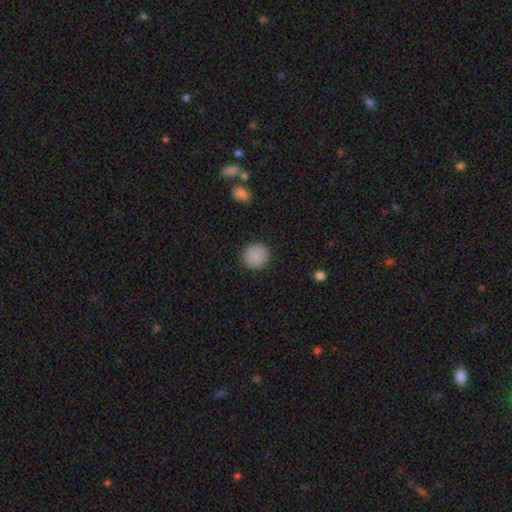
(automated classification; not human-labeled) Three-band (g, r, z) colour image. It shows a smooth galaxy with no disk features (88%) that is round (90%). Merging: none (90%).